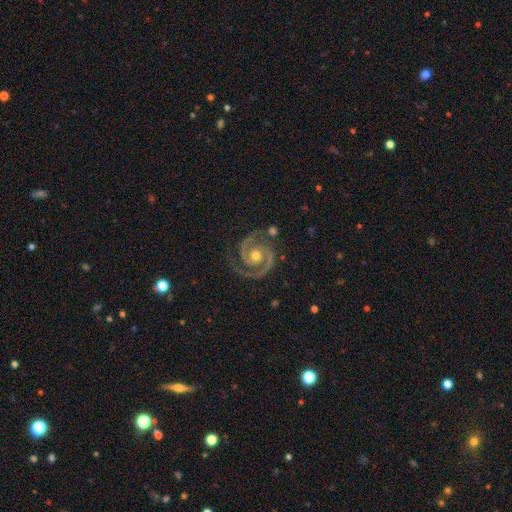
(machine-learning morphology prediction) Q: Smooth or featured?
A: featured or disk (93%); runner-up: star or artifact (4%)
Q: Edge-on disk?
A: no (98%); runner-up: yes (2%)
Q: Bar?
A: no (73%); runner-up: weak (20%)
Q: Spiral arms?
A: yes (99%); runner-up: no (1%)
Q: Spiral winding?
A: tight (61%); runner-up: medium (36%)
Q: Spiral arm count?
A: 2 (93%); runner-up: 3 (3%)
Q: Bulge size?
A: moderate (69%); runner-up: small (26%)
Q: Merging?
A: none (81%); runner-up: minor disturbance (13%)